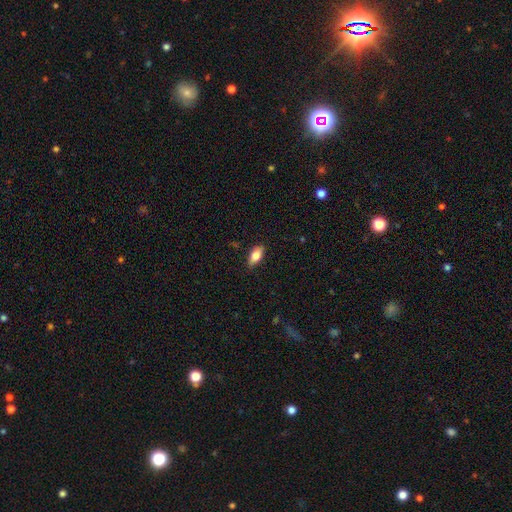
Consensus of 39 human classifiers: This appears to be a smooth galaxy with no disk features (74%) that is in between round and cigar-shaped (97%). Merging: none (89%).